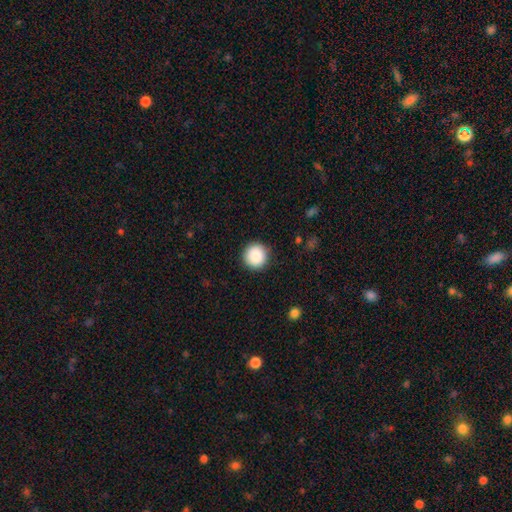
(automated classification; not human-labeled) This is clearly a smooth galaxy (89%). How rounded: clearly round (95%). Merging: clearly none (91%).